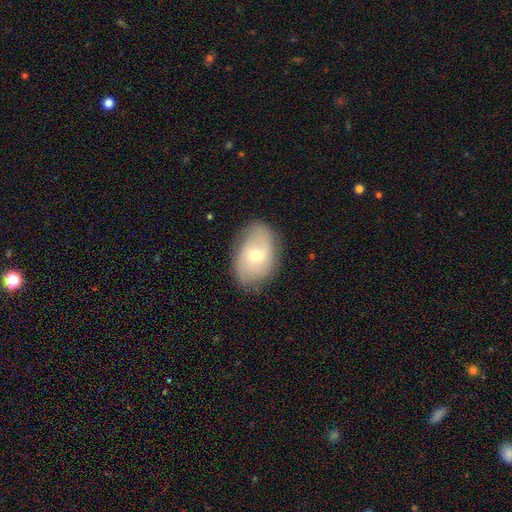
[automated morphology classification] The model was most divided on "smooth or featured": featured or disk: 51%, smooth: 42%, star or artifact: 8%. More confident: edge-on disk — no (93%); merging — none (77%).